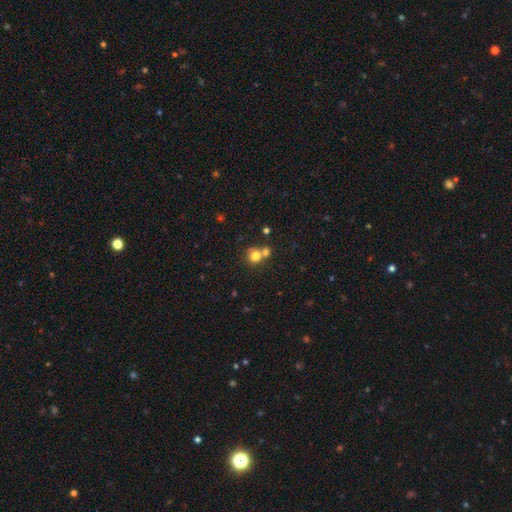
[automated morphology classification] Overall: smooth (77%). How rounded: round (85%). Merging: none (45%; merger 44%).